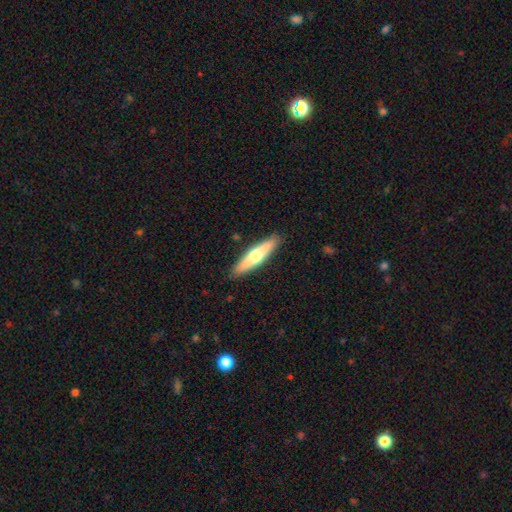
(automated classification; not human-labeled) Overall: smooth (53%; featured or disk 42%). How rounded: cigar-shaped (80%). Merging: none (90%).